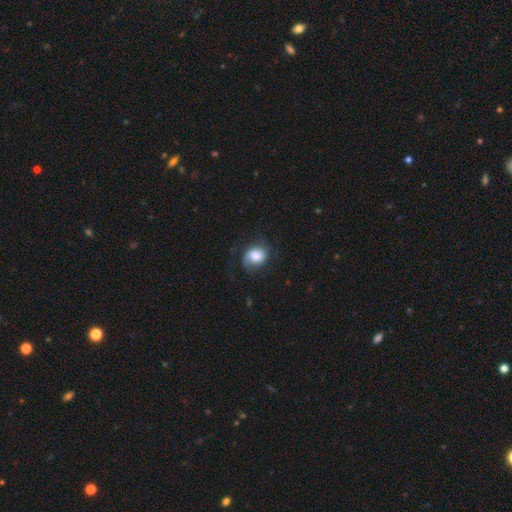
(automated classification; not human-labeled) Smooth or featured? Predicted: smooth (p=0.57). How rounded? Predicted: in between (p=0.51). Merging? Predicted: none (p=0.59).